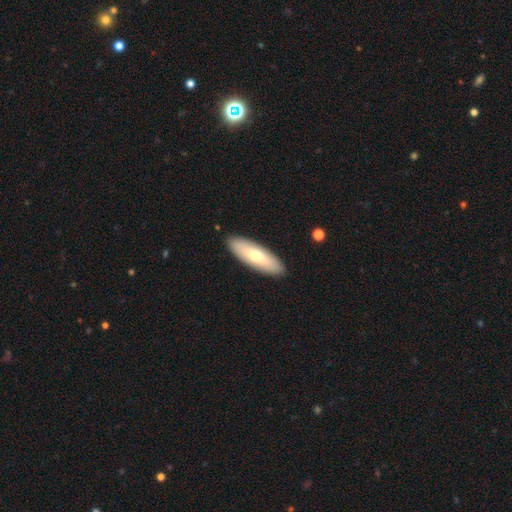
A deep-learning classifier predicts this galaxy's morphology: smooth-or-featured: smooth: 67% | featured or disk: 28% | star or artifact: 5%
  how-rounded: in between: 56% | cigar-shaped: 42% | round: 2%
  merging: none: 90% | minor disturbance: 7% | major disturbance: 2% | merger: 1%